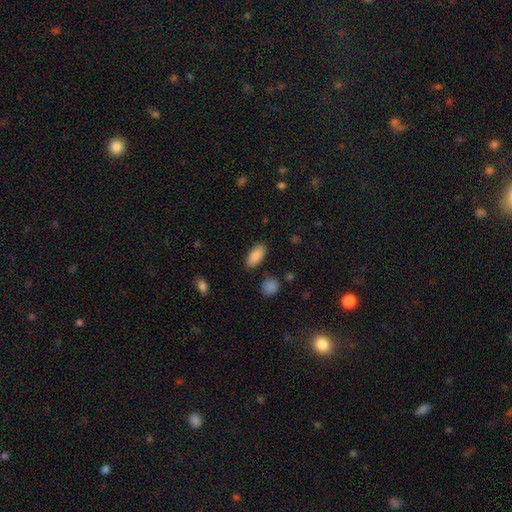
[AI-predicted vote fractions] Smooth or featured: smooth — 88% (star or artifact — 7%)
How rounded: in between — 88% (cigar-shaped — 9%)
Merging: none — 85% (minor disturbance — 10%)